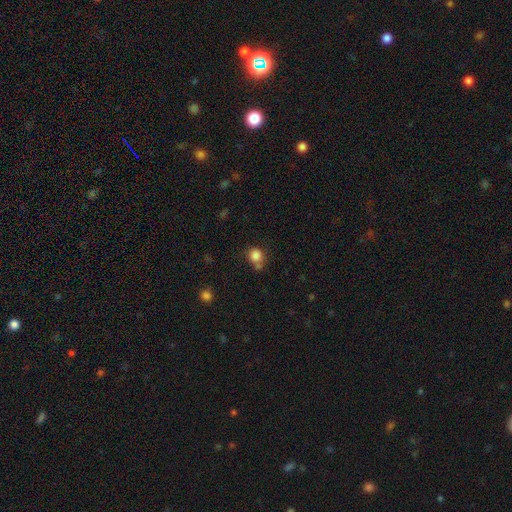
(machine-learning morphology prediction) smooth 84%, star or artifact 11%, featured or disk 5%. Down the decision tree: how rounded — round (80%); merging — none (57%).